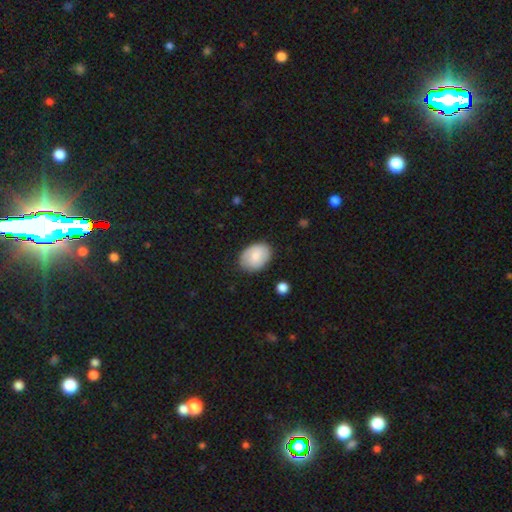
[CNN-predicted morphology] The model was most divided on "smooth or featured": smooth: 72%, featured or disk: 21%, star or artifact: 6%. More confident: merging — none (82%); how rounded — in between (77%).